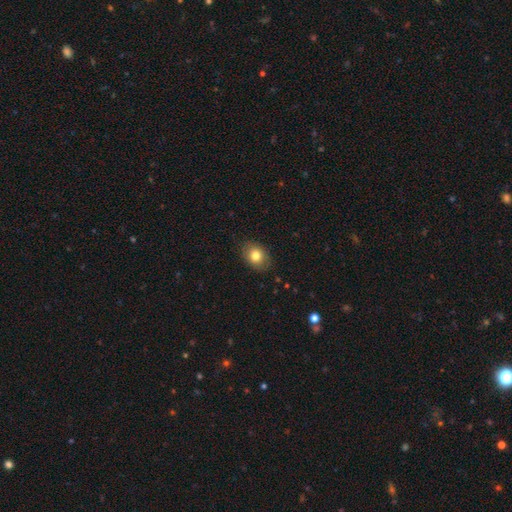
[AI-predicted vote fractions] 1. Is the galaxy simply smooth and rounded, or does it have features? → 80% smooth, 11% featured or disk, 9% star or artifact.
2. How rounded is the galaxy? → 63% in between, 36% round, 1% cigar-shaped.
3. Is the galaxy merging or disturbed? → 85% none, 11% minor disturbance, 3% major disturbance, 1% merger.